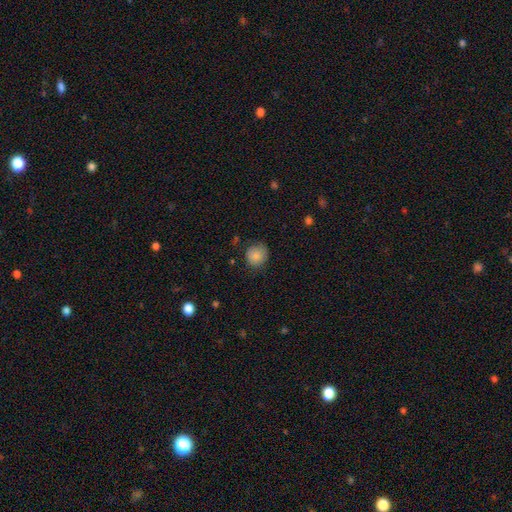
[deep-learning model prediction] Smooth or featured? Predicted: smooth (p=0.84). How rounded? Predicted: round (p=0.86). Merging? Predicted: none (p=0.77).